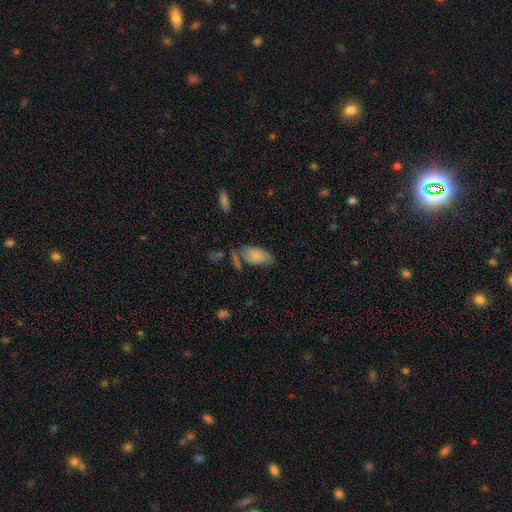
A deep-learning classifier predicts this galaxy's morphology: Smooth or featured? Predicted: smooth (p=0.77). How rounded? Predicted: in between (p=0.93). Merging? Predicted: none (p=0.53).